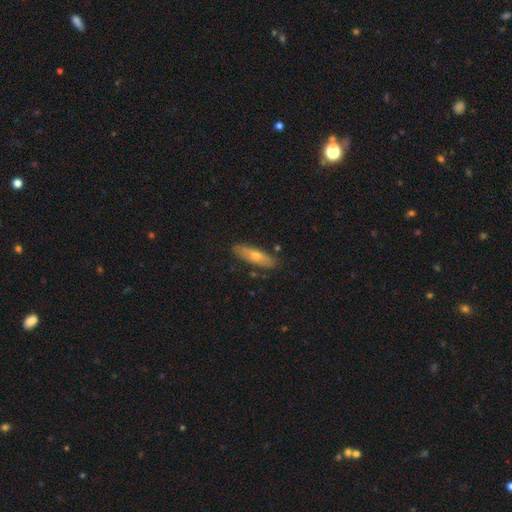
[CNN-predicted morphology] Smooth or featured?
  - smooth: 50% *
  - featured or disk: 44%
  - star or artifact: 7%
Merging?
  - none: 84% *
  - minor disturbance: 12%
  - major disturbance: 2%
  - merger: 2%